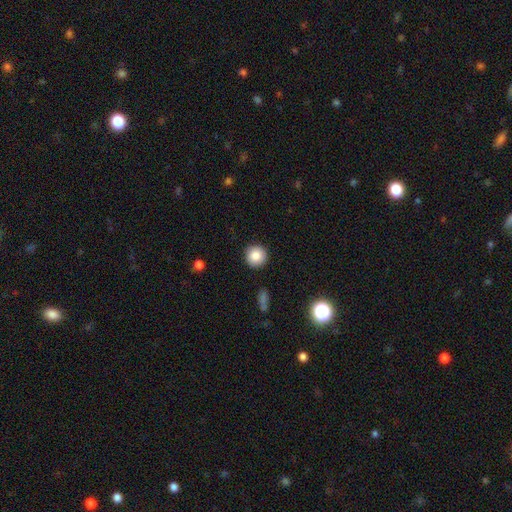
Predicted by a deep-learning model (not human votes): Smooth or featured?
  - smooth: 86% *
  - star or artifact: 9%
  - featured or disk: 6%
How rounded?
  - round: 94% *
  - in between: 5%
  - cigar-shaped: 1%
Merging?
  - none: 91% *
  - minor disturbance: 6%
  - major disturbance: 2%
  - merger: 1%